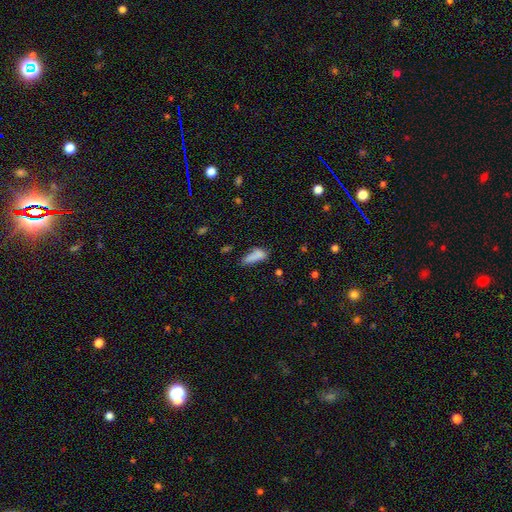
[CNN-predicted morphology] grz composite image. It shows a smooth galaxy with no disk features (79%) that is in between round and cigar-shaped (62%). Merging: none (43%).